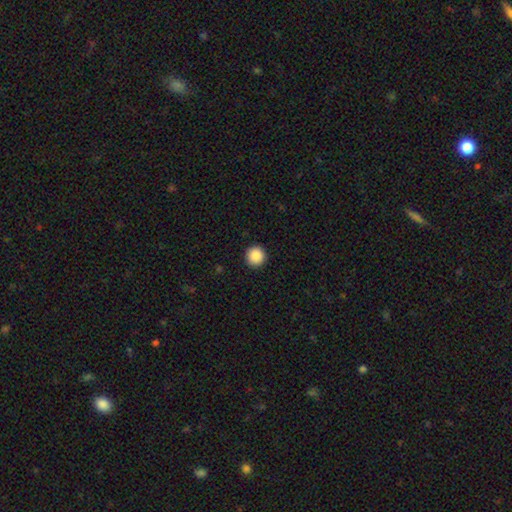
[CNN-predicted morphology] A smooth galaxy with no disk features (89%) that is round (96%). Merging: none (93%).